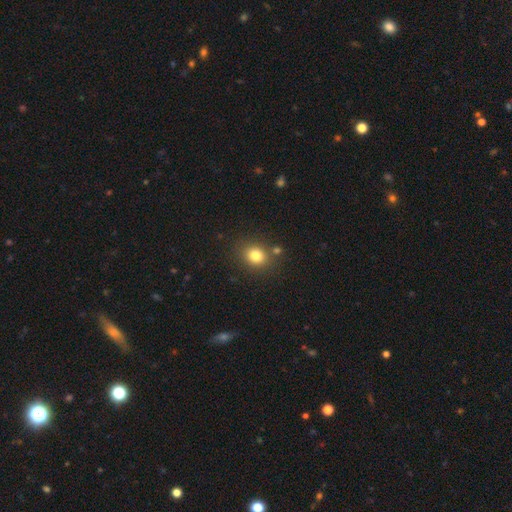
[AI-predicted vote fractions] A smooth galaxy with no disk features (80%) that is round (71%). Merging: none (79%).